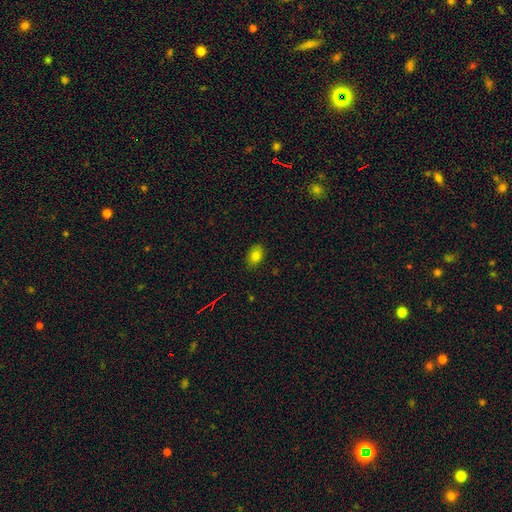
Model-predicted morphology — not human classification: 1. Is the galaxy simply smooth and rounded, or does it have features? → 81% smooth, 11% star or artifact, 8% featured or disk.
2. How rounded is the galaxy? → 80% in between, 19% round, 1% cigar-shaped.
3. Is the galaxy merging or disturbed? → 85% none, 11% minor disturbance, 2% major disturbance, 1% merger.